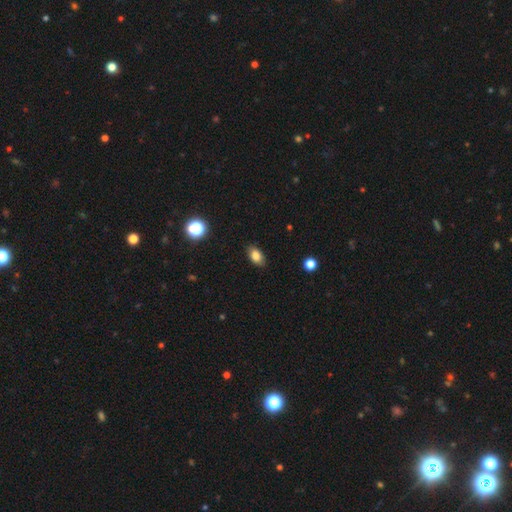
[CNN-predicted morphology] smooth-or-featured: smooth: 83% | star or artifact: 10% | featured or disk: 7%
  how-rounded: in between: 88% | round: 10% | cigar-shaped: 3%
  merging: none: 87% | minor disturbance: 10% | major disturbance: 2% | merger: 1%